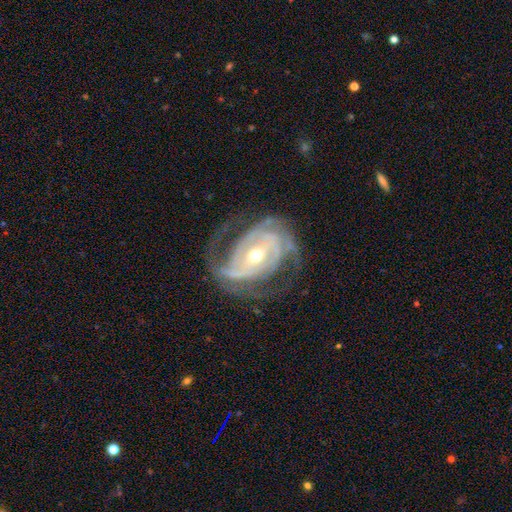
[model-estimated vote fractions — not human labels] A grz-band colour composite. It shows a featured or disk galaxy (90%) with a weak bar (34%), 2 (44%) tight (49%) spiral arms (97%) and a moderate central bulge (57%). Merging: none (65%).